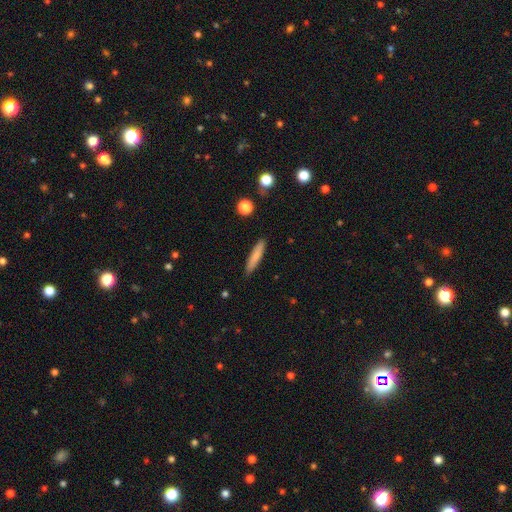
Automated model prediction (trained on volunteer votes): This appears to be a smooth galaxy with no disk features (79%) that is cigar-shaped (89%). Merging: none (89%).